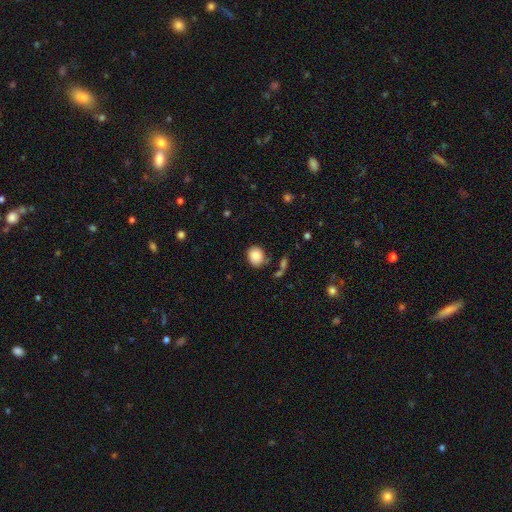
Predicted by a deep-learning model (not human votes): Morphology: type=smooth (87%); roundness=round (63%); merging=none (76%).